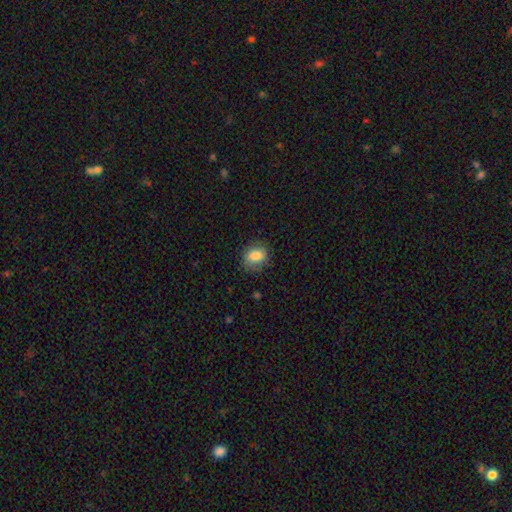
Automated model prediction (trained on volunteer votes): Overall: smooth (82%). How rounded: in between (57%; round 41%). Merging: none (77%).